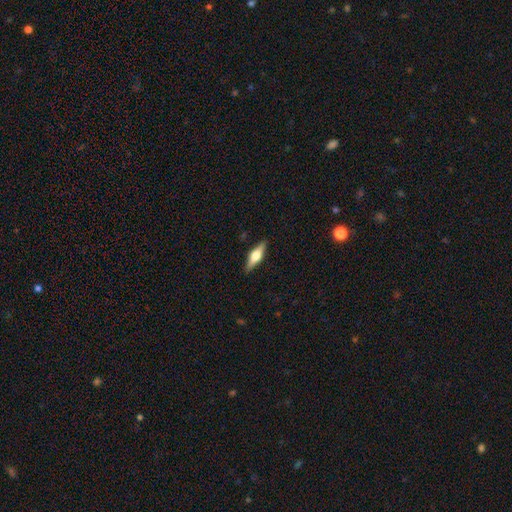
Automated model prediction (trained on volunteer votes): Morphology: type=featured or disk (57%); edge-on=yes (96%); edge-on bulge=rounded (93%); merging=none (89%).